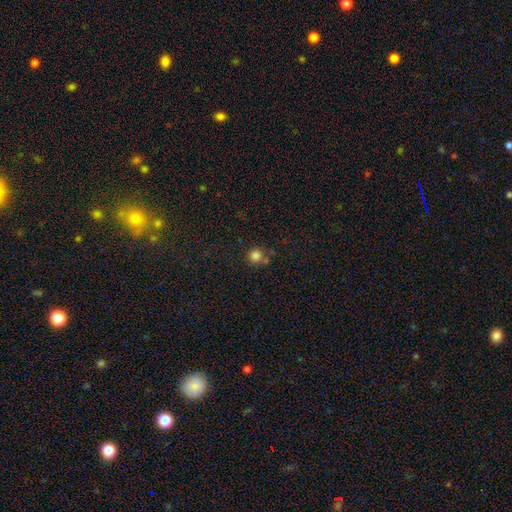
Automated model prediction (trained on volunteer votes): A smooth galaxy with no disk features (81%) that is round (92%). Merging: none (68%).